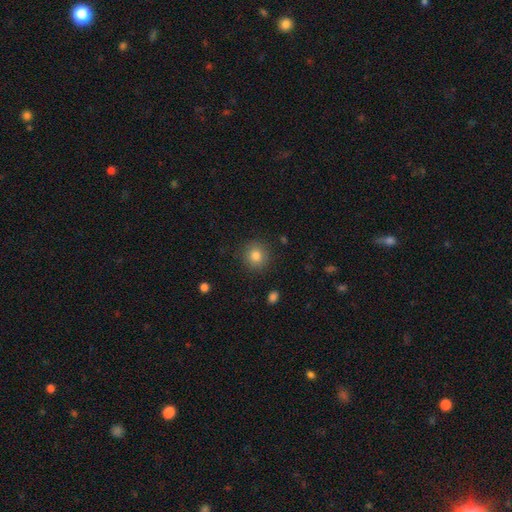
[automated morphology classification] A smooth galaxy with no disk features (82%) that is round (90%).

Vote fractions:
- Smooth or featured? smooth: 82% / star or artifact: 11% / featured or disk: 7%
- How rounded? round: 90% / in between: 9% / cigar-shaped: 1%
- Merging? none: 88% / minor disturbance: 8% / major disturbance: 3% / merger: 1%